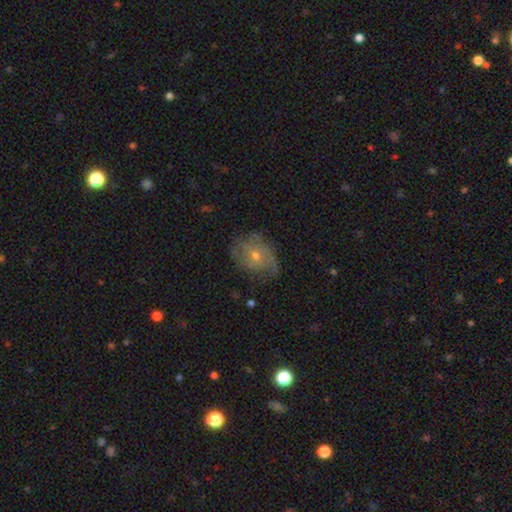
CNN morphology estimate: A featured or disk galaxy (61%) with no bar (82%), spiral arms (78%) and a small central bulge (49%). Merging: none (60%).